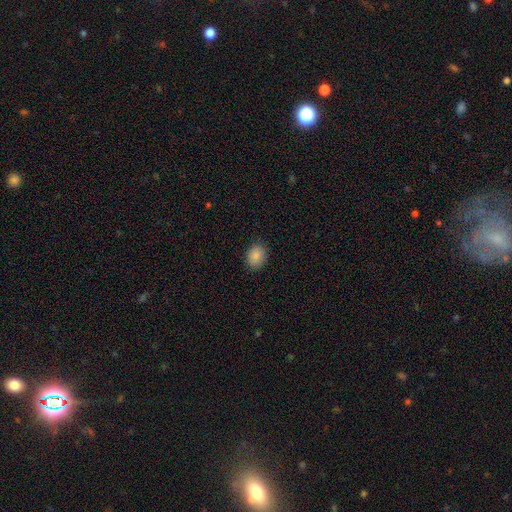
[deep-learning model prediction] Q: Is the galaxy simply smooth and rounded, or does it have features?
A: smooth — 87%.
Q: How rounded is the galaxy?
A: in between — 56%.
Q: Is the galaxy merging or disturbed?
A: none — 86%.